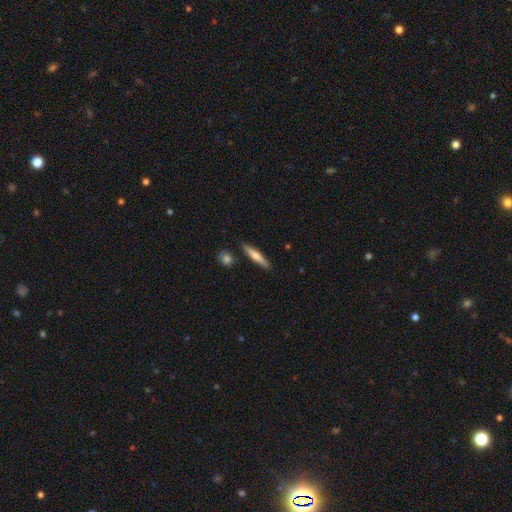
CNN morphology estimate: A smooth galaxy with no disk features (59%) that is cigar-shaped (90%). Merging: none (87%).